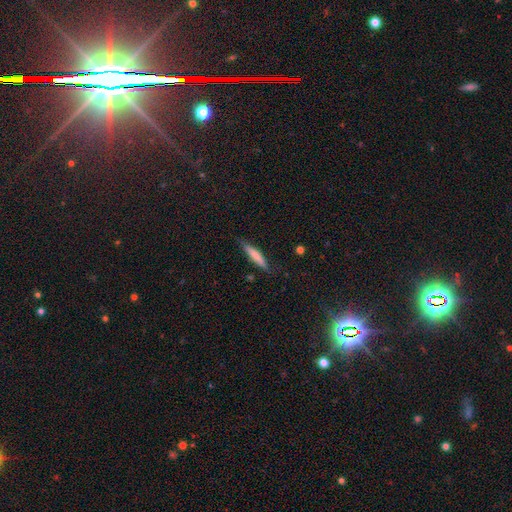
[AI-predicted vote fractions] smooth-or-featured: smooth: 64% | featured or disk: 29% | star or artifact: 6%
  how-rounded: cigar-shaped: 88% | in between: 10% | round: 1%
  merging: none: 81% | minor disturbance: 14% | major disturbance: 3% | merger: 2%